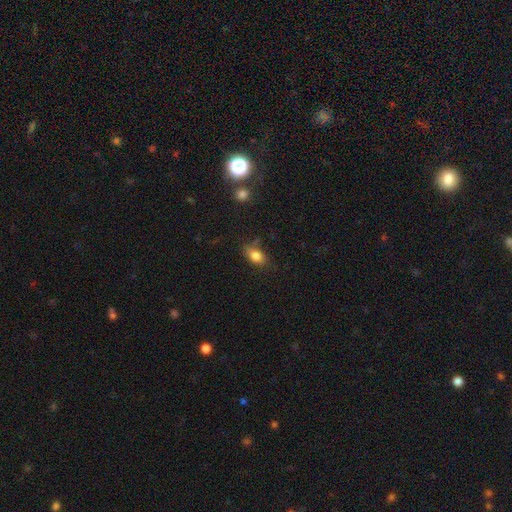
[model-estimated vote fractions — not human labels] A smooth galaxy with no disk features (82%) that is in between round and cigar-shaped (81%).

Vote fractions:
- Smooth or featured? smooth: 82% / star or artifact: 10% / featured or disk: 8%
- How rounded? in between: 81% / round: 16% / cigar-shaped: 3%
- Merging? none: 64% / minor disturbance: 25% / major disturbance: 7% / merger: 4%